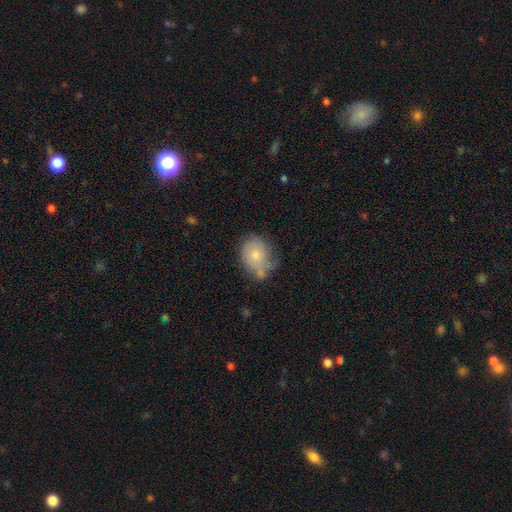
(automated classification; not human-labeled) A smooth galaxy with no disk features (72%) that is round (50%).

Vote fractions:
- Smooth or featured? smooth: 72% / featured or disk: 20% / star or artifact: 8%
- How rounded? round: 50% / in between: 49% / cigar-shaped: 1%
- Merging? none: 51% / minor disturbance: 31% / merger: 10% / major disturbance: 8%